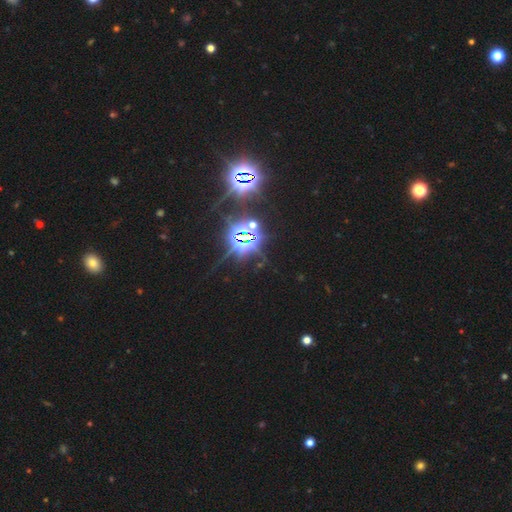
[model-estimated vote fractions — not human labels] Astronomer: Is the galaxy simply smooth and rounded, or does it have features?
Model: star or artifact — 84%.